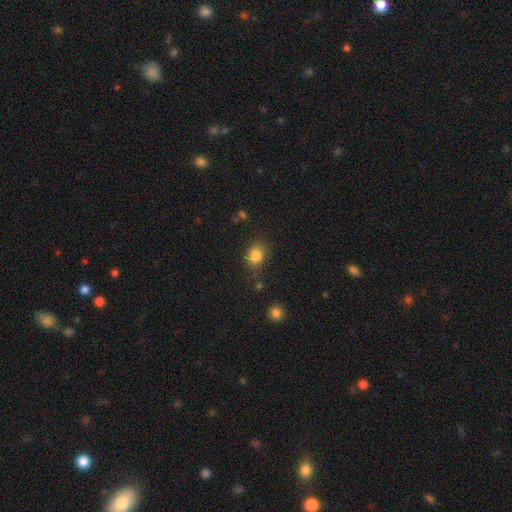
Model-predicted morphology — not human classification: Q: Smooth or featured?
A: smooth (84%); runner-up: star or artifact (10%)
Q: How rounded?
A: round (54%); runner-up: in between (45%)
Q: Merging?
A: none (74%); runner-up: minor disturbance (17%)